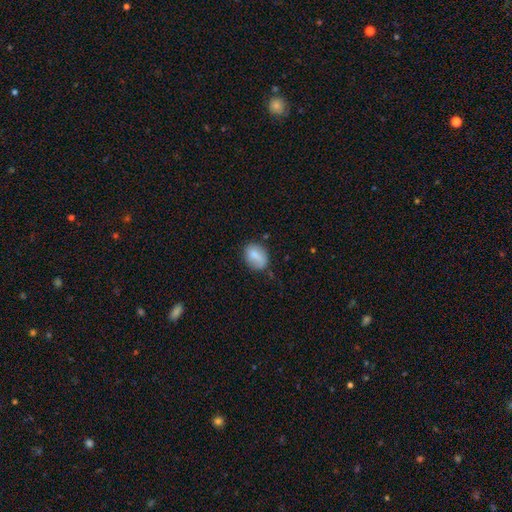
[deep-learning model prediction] Overall: smooth (77%). How rounded: in between (66%; round 32%). Merging: none (63%; minor disturbance 26%).